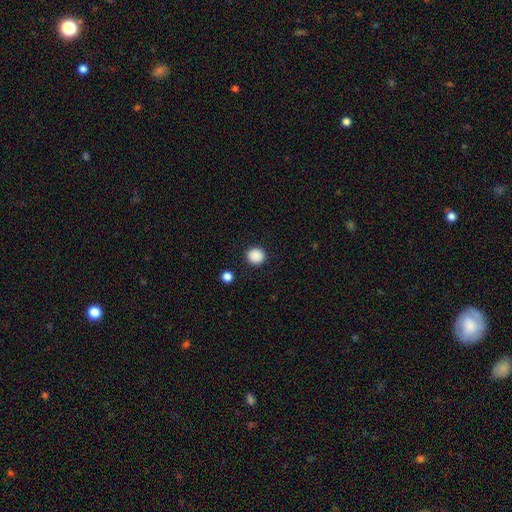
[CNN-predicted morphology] Q: Smooth or featured?
A: smooth (88%); runner-up: star or artifact (9%)
Q: How rounded?
A: round (93%); runner-up: in between (6%)
Q: Merging?
A: none (91%); runner-up: minor disturbance (5%)